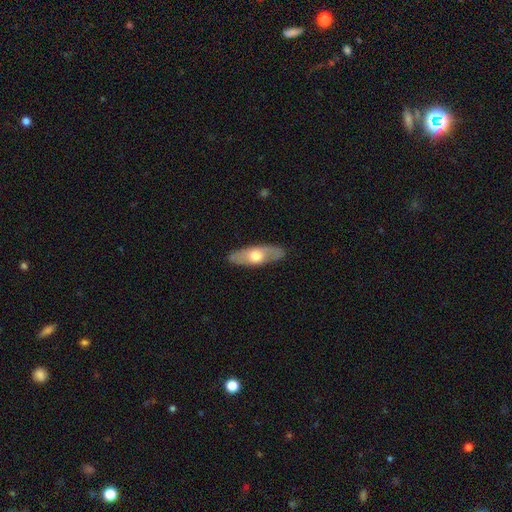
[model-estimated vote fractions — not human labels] smooth 48%, featured or disk 47%, star or artifact 5%. Down the decision tree: merging — none (85%).